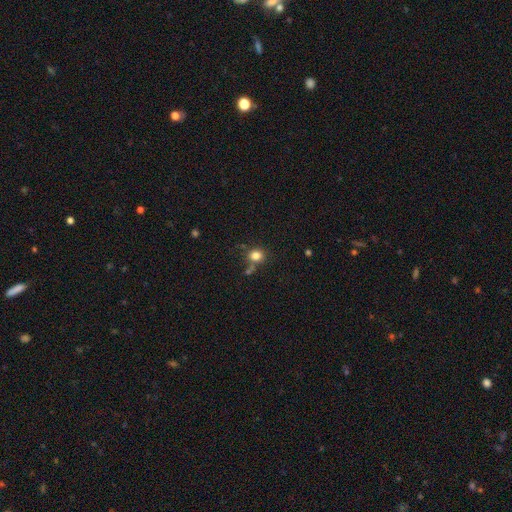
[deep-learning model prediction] A smooth galaxy with no disk features (81%) that is round (77%). Merging: none (65%).